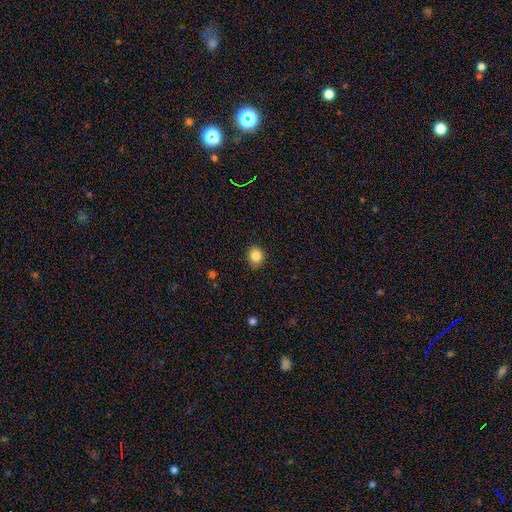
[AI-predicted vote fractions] The model was most divided on "how rounded": round: 75%, in between: 24%, cigar-shaped: 1%. More confident: merging — none (86%); smooth or featured — smooth (85%).